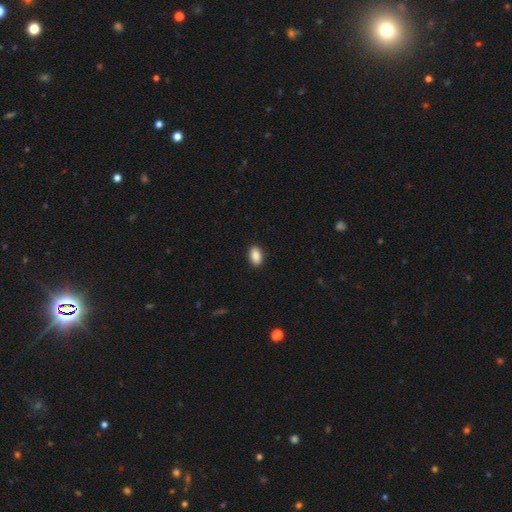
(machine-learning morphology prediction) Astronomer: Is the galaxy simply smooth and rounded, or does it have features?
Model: smooth — 88%.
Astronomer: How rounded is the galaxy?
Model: in between — 92%.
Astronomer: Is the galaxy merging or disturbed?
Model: none — 91%.